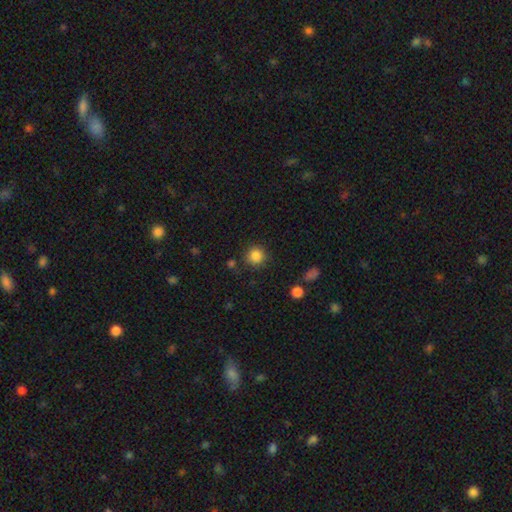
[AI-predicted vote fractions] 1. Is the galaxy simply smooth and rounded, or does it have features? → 85% smooth, 11% star or artifact, 4% featured or disk.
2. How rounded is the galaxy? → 93% round, 6% in between, 1% cigar-shaped.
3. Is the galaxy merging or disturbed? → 85% none, 9% minor disturbance, 3% major disturbance, 3% merger.